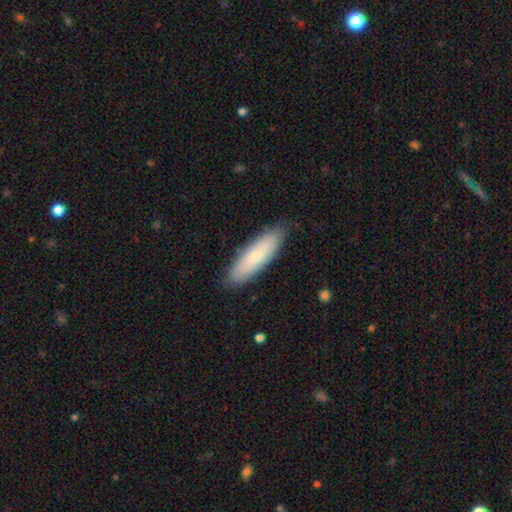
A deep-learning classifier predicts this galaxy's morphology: Smooth or featured? smooth (71%)
How rounded? cigar-shaped (53%)
Merging? none (86%)